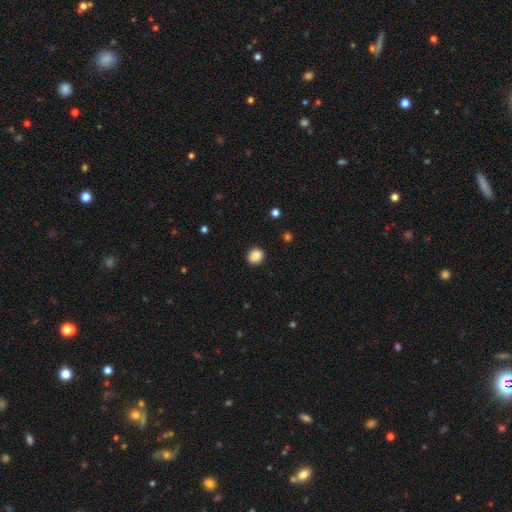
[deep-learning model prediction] This is clearly a smooth galaxy (87%). How rounded: likely round (72%). Merging: clearly none (89%).